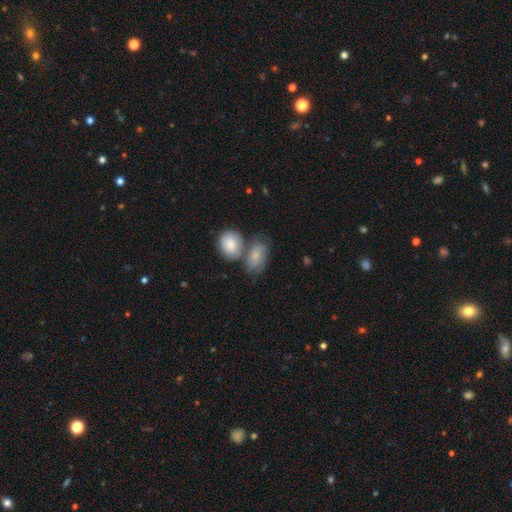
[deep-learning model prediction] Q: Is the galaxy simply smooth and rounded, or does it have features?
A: smooth — 67%.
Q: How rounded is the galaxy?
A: in between — 81%.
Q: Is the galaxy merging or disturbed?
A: merger — 40%.